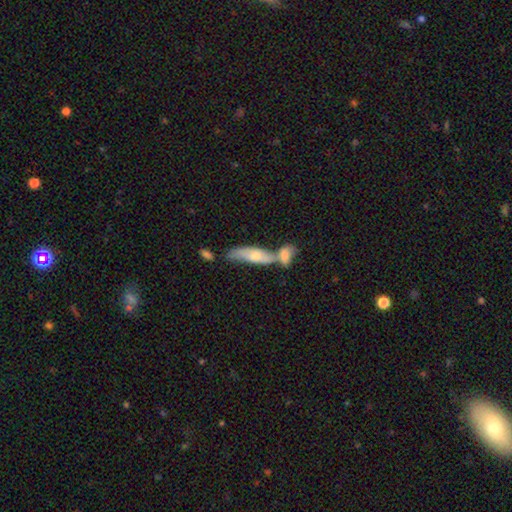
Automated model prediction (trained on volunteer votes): smooth-or-featured: smooth: 47% | featured or disk: 44% | star or artifact: 8%
  merging: merger: 47% | none: 35% | minor disturbance: 13% | major disturbance: 5%